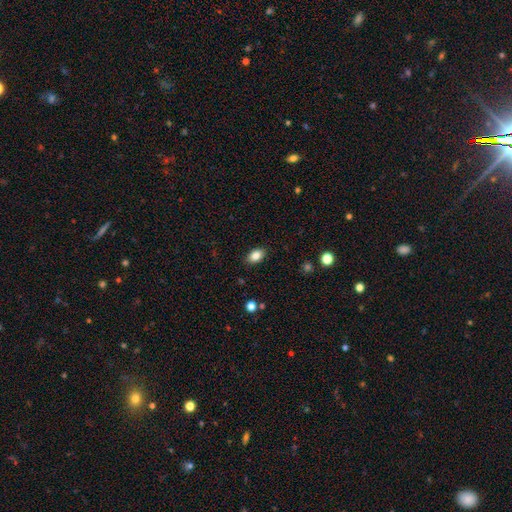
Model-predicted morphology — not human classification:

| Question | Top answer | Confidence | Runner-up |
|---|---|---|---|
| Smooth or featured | smooth | 85% | star or artifact (9%) |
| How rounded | in between | 86% | round (12%) |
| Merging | none | 88% | minor disturbance (9%) |